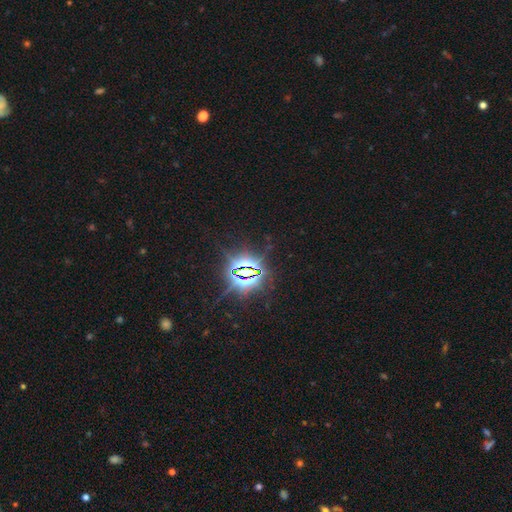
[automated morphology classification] This appears to be a star or artifact, not a galaxy (86%).